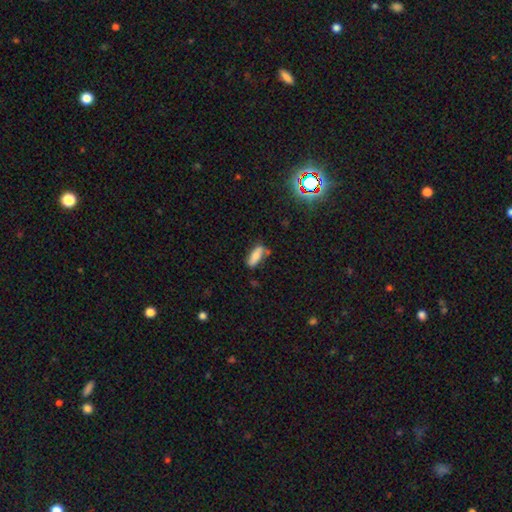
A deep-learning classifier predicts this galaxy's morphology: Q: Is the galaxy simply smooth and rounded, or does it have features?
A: smooth — 75%.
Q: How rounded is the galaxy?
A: in between — 66%.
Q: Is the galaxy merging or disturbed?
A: none — 58%.